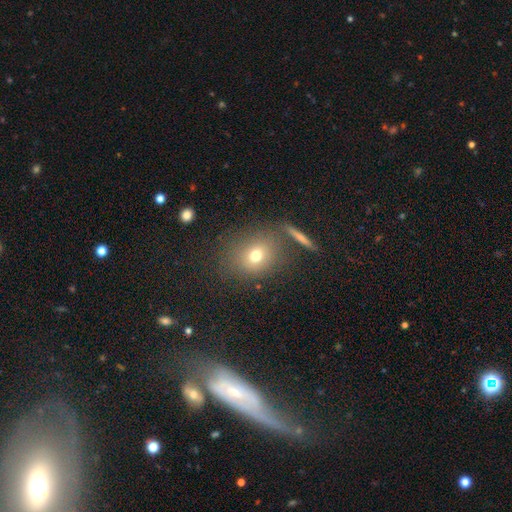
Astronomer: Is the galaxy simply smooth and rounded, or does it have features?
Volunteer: smooth — 62%.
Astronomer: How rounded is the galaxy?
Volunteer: round — 50% (runner-up: in between, 46%).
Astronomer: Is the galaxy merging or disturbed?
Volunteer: none — 68%.